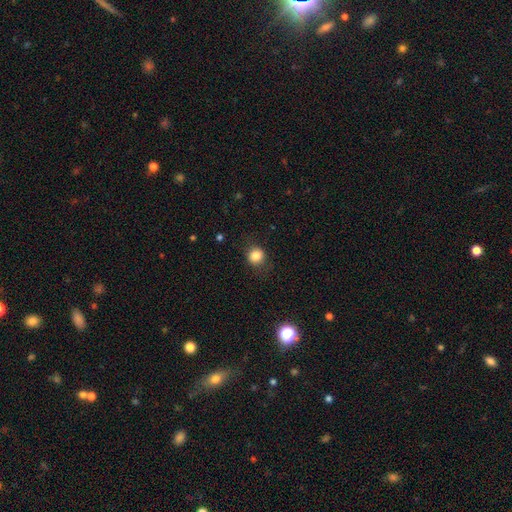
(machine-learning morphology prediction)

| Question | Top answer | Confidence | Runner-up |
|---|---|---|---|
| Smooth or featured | smooth | 83% | star or artifact (11%) |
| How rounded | round | 84% | in between (15%) |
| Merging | none | 81% | minor disturbance (14%) |